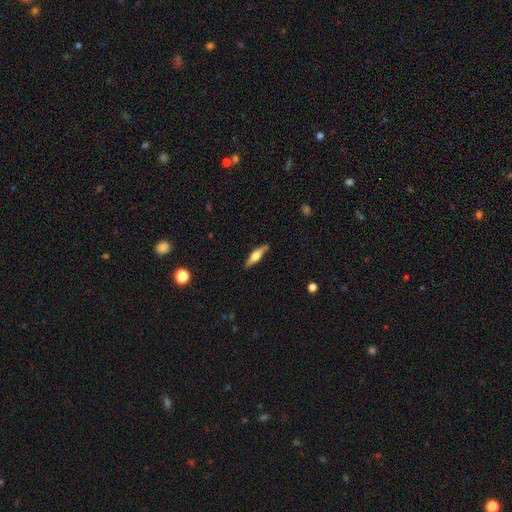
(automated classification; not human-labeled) Smooth or featured?
  - featured or disk: 62% *
  - smooth: 32%
  - star or artifact: 6%
Edge-on disk?
  - yes: 95% *
  - no: 5%
Edge-on bulge?
  - rounded: 89% *
  - boxy: 9%
  - none: 3%
Merging?
  - none: 86% *
  - minor disturbance: 11%
  - major disturbance: 2%
  - merger: 1%